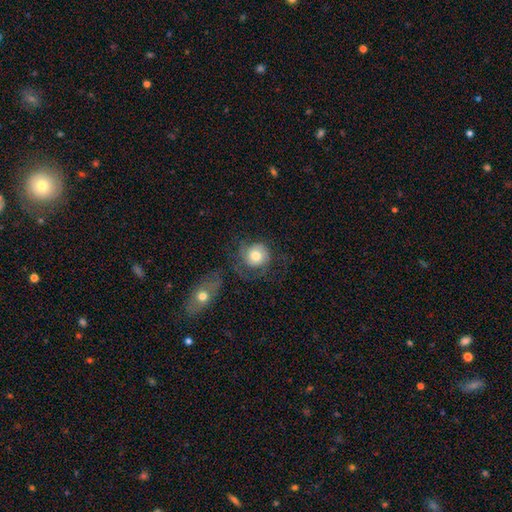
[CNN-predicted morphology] Smooth or featured: smooth — 54% (featured or disk — 39%)
How rounded: round — 85% (in between — 14%)
Merging: none — 46% (major disturbance — 27%)